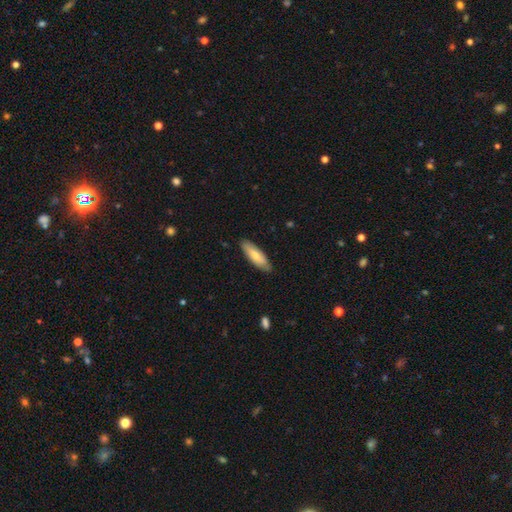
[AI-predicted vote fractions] This is likely a smooth galaxy (69%). How rounded: possibly in between (52%). Merging: clearly none (85%).